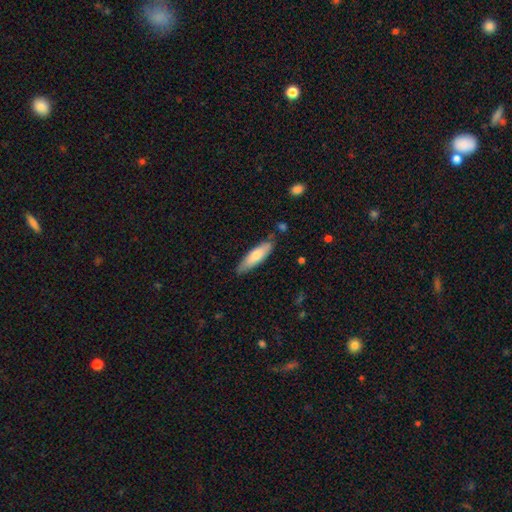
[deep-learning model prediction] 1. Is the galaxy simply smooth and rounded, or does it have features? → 70% smooth, 24% featured or disk, 6% star or artifact.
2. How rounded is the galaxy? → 59% cigar-shaped, 39% in between, 1% round.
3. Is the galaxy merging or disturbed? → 80% none, 15% minor disturbance, 3% merger, 2% major disturbance.